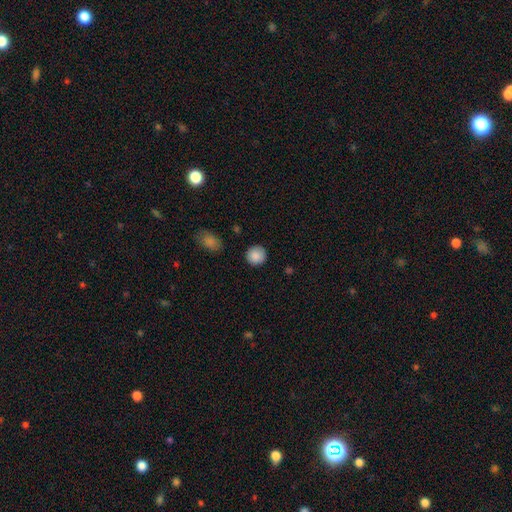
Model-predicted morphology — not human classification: Smooth or featured? smooth (89%)
How rounded? round (93%)
Merging? none (90%)